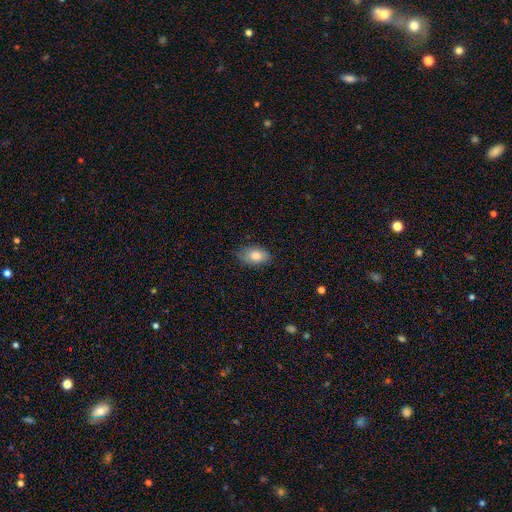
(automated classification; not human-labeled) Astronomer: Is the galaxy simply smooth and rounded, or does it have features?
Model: smooth — 80%.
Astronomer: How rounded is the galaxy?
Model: in between — 90%.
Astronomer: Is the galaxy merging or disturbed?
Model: none — 76%.